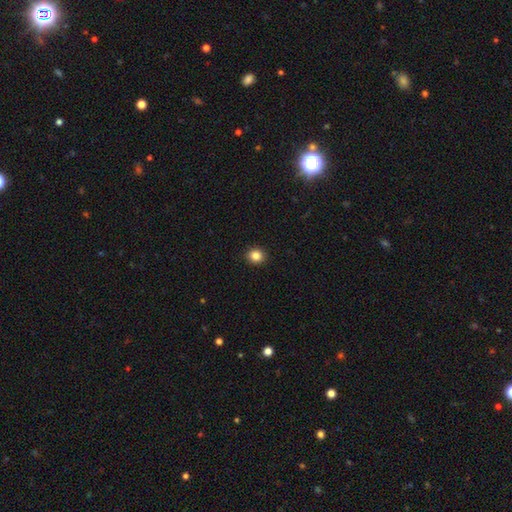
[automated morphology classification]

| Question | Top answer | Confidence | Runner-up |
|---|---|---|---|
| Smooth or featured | smooth | 85% | star or artifact (11%) |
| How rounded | round | 84% | in between (15%) |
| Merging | none | 93% | minor disturbance (5%) |